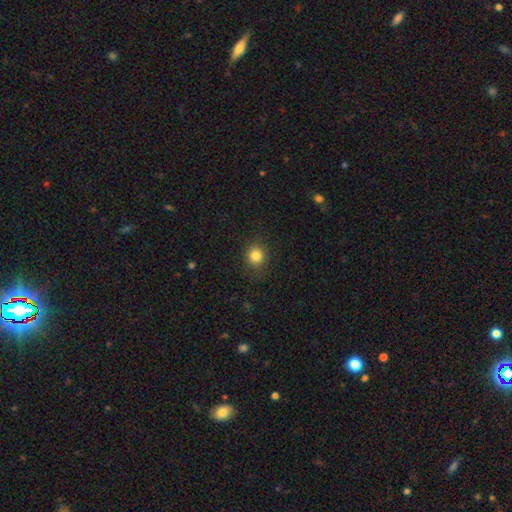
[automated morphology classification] Overall: smooth (83%). How rounded: round (85%). Merging: none (86%).